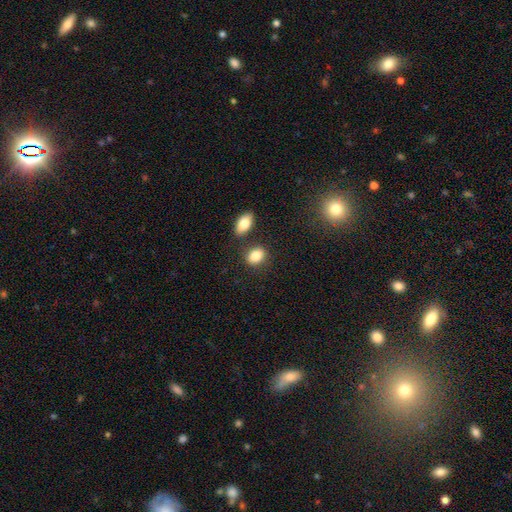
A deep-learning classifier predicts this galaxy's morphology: A smooth galaxy with no disk features (85%) that is in between round and cigar-shaped (69%).

Vote fractions:
- Smooth or featured? smooth: 85% / star or artifact: 8% / featured or disk: 7%
- How rounded? in between: 69% / round: 30% / cigar-shaped: 2%
- Merging? none: 72% / merger: 13% / minor disturbance: 12% / major disturbance: 4%